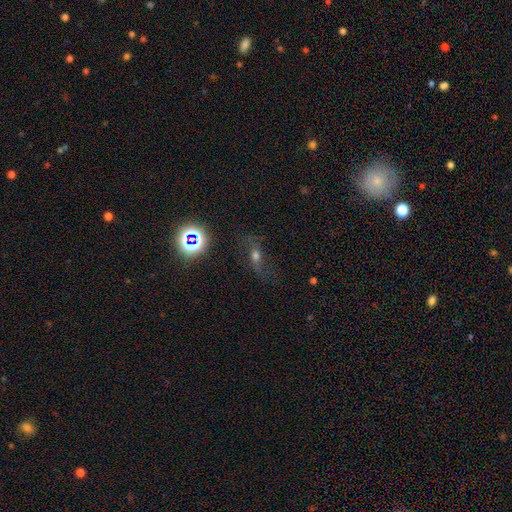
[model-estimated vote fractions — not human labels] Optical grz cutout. It shows a featured or disk galaxy (40%). Merging: none (64%).